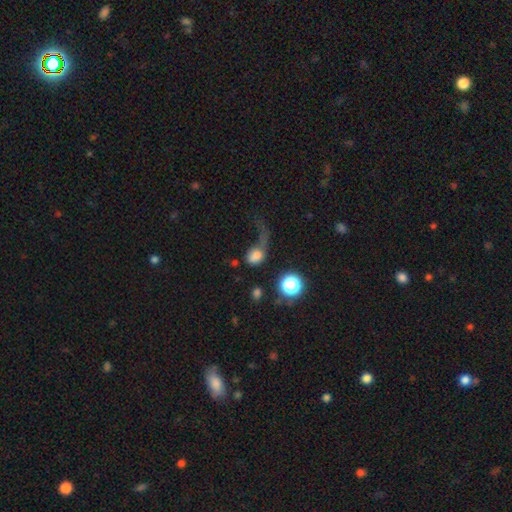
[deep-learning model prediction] This is likely a smooth galaxy (70%). How rounded: possibly in between (54%). Merging: possibly major disturbance (57%).